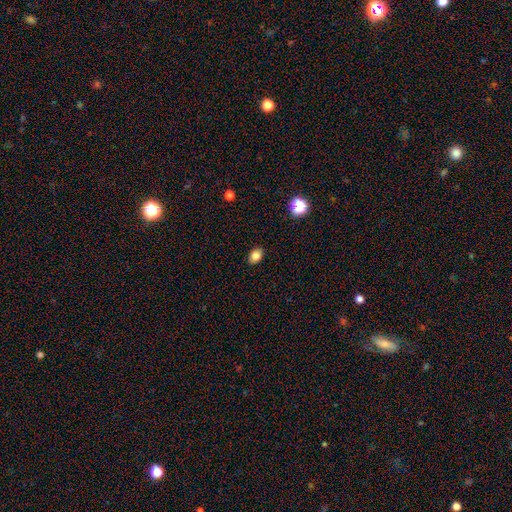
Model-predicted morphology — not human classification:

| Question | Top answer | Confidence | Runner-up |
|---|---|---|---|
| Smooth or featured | smooth | 82% | star or artifact (11%) |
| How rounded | in between | 76% | round (23%) |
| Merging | none | 88% | minor disturbance (9%) |